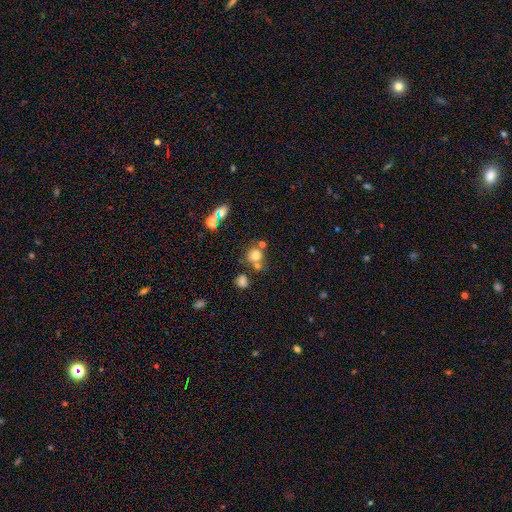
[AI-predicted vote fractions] This is likely a smooth galaxy (72%). How rounded: clearly round (82%). Merging: possibly none (55%).